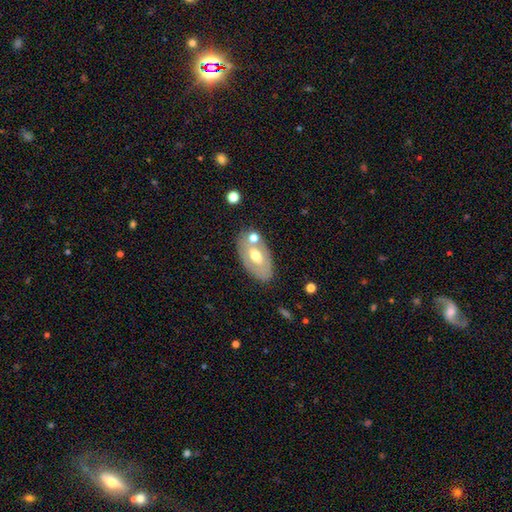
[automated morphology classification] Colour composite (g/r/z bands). It shows a featured or disk galaxy (47%). Merging: none (68%).